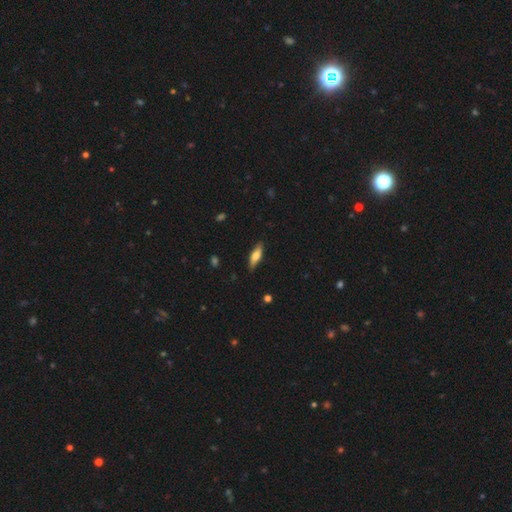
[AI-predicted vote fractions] smooth-or-featured: smooth: 60% | featured or disk: 34% | star or artifact: 6%
  how-rounded: cigar-shaped: 52% | in between: 45% | round: 2%
  merging: none: 84% | minor disturbance: 13% | major disturbance: 2% | merger: 1%